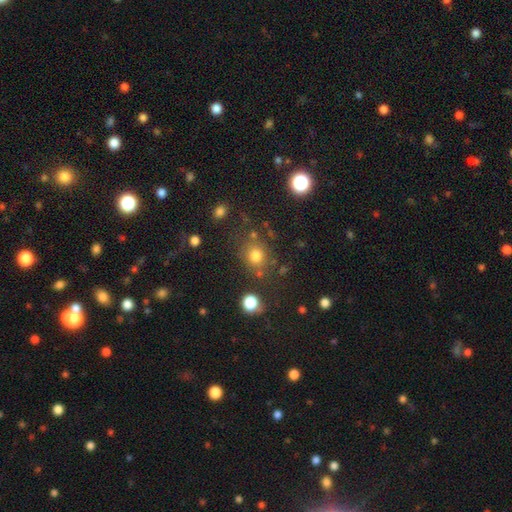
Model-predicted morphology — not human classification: This is likely a smooth galaxy (75%). How rounded: clearly round (82%). Merging: likely none (73%).